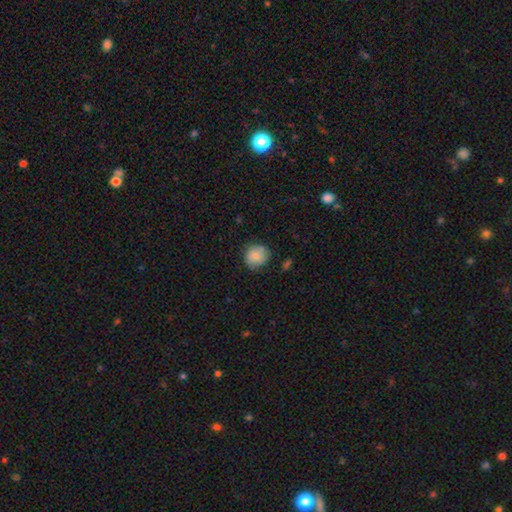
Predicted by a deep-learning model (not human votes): smooth_or_featured: smooth (p=0.81) [alt: featured or disk p=0.11]
how_rounded: round (p=0.87) [alt: in between p=0.12]
merging: none (p=0.75) [alt: minor disturbance p=0.19]